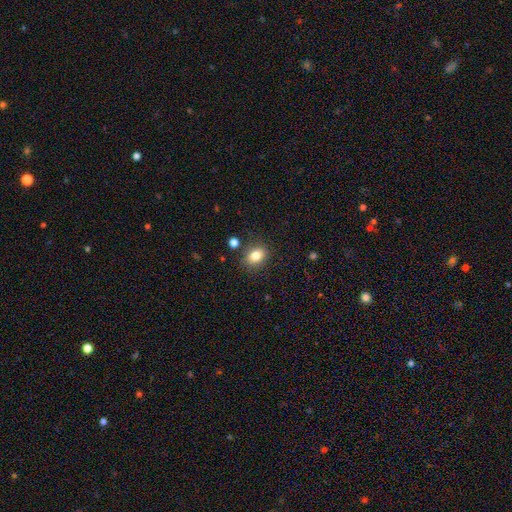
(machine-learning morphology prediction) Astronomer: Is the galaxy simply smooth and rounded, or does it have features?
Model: smooth — 82%.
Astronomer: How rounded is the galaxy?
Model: in between — 68%.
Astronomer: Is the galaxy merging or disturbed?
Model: none — 81%.